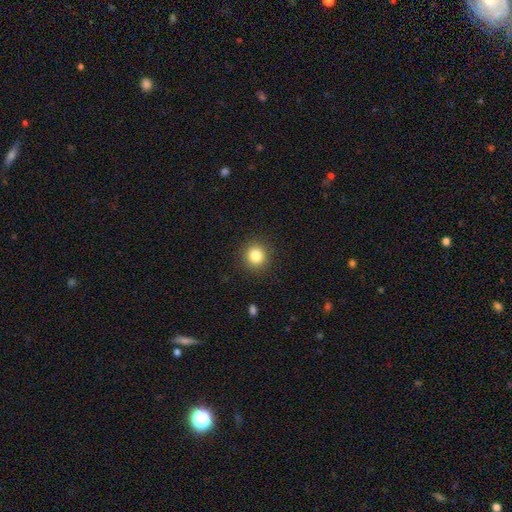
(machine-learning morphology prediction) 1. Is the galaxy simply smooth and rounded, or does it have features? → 83% smooth, 11% star or artifact, 6% featured or disk.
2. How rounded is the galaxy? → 92% round, 7% in between, 1% cigar-shaped.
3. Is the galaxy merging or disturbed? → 90% none, 6% minor disturbance, 2% major disturbance, 1% merger.